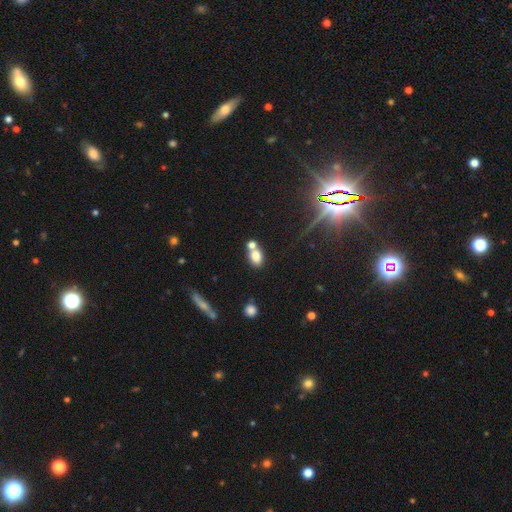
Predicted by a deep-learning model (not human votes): Smooth or featured: smooth — 77% (featured or disk — 12%)
How rounded: in between — 72% (round — 26%)
Merging: none — 46% (merger — 41%)